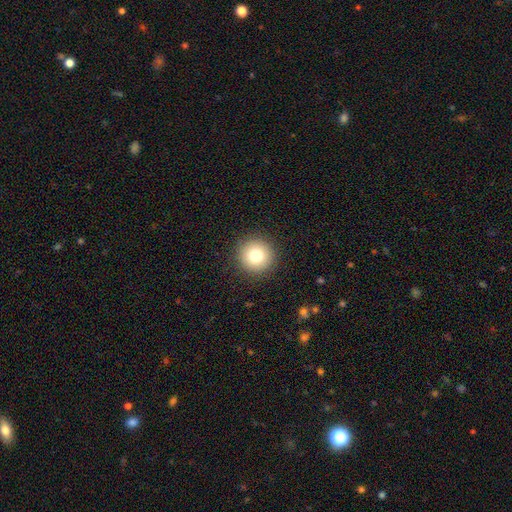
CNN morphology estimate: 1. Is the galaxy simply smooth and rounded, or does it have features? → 80% smooth, 11% star or artifact, 9% featured or disk.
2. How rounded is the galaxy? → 95% round, 4% in between, 1% cigar-shaped.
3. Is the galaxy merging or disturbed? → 91% none, 6% minor disturbance, 2% major disturbance, 1% merger.